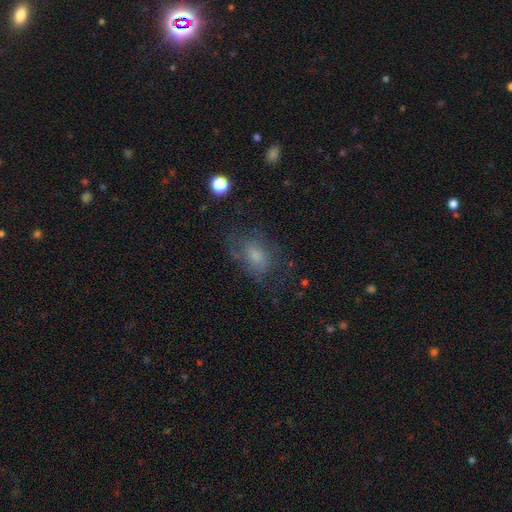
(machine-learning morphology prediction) The model was most divided on "smooth or featured": smooth: 46%, featured or disk: 41%, star or artifact: 13%. More confident: merging — none (54%).